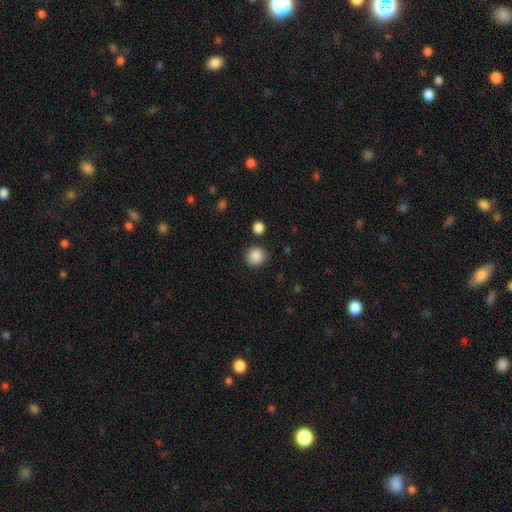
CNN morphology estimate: Smooth or featured?
  - smooth: 88% *
  - star or artifact: 9%
  - featured or disk: 3%
How rounded?
  - round: 86% *
  - in between: 13%
  - cigar-shaped: 1%
Merging?
  - none: 86% *
  - minor disturbance: 9%
  - merger: 3%
  - major disturbance: 3%